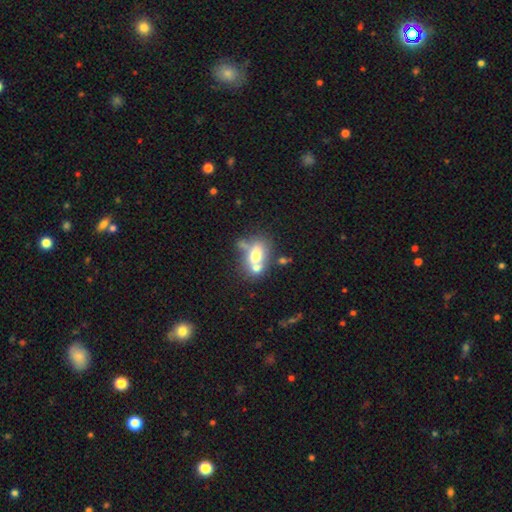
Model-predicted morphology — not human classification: Smooth or featured: smooth — 62% (featured or disk — 28%)
How rounded: in between — 74% (round — 22%)
Merging: merger — 45% (none — 36%)